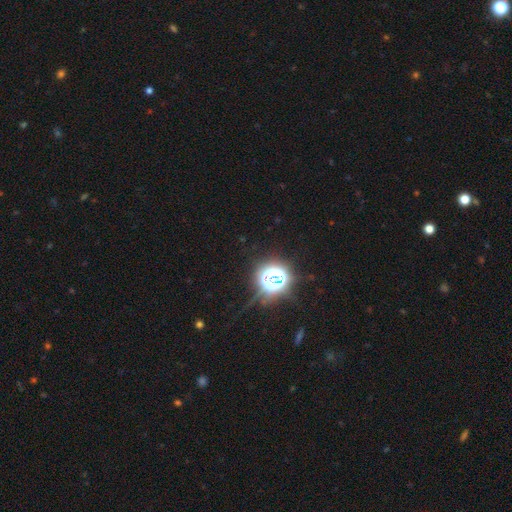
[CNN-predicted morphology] Smooth or featured?
  - star or artifact: 81% *
  - smooth: 13%
  - featured or disk: 6%